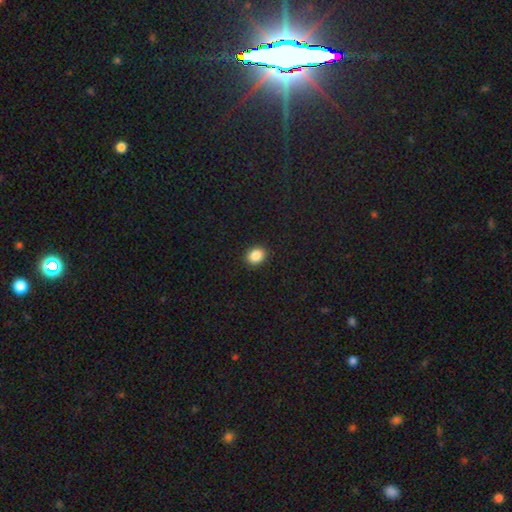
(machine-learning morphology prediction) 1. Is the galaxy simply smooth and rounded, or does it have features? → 87% smooth, 9% star or artifact, 4% featured or disk.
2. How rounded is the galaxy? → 56% round, 43% in between, 1% cigar-shaped.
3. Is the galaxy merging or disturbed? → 91% none, 6% minor disturbance, 2% major disturbance, 1% merger.